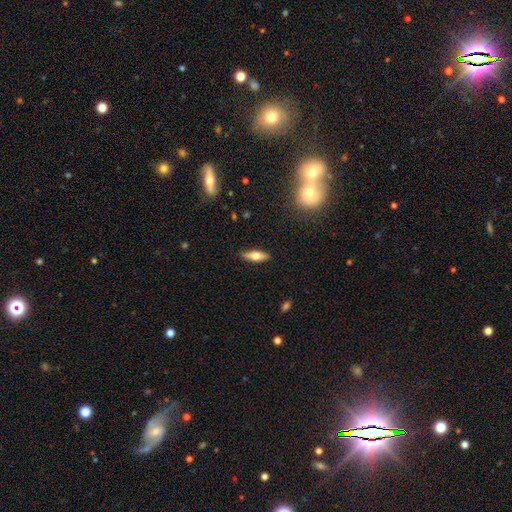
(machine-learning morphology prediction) Smooth or featured?
  - smooth: 56% *
  - featured or disk: 37%
  - star or artifact: 7%
How rounded?
  - in between: 52% *
  - cigar-shaped: 45%
  - round: 3%
Merging?
  - none: 88% *
  - minor disturbance: 9%
  - major disturbance: 2%
  - merger: 1%